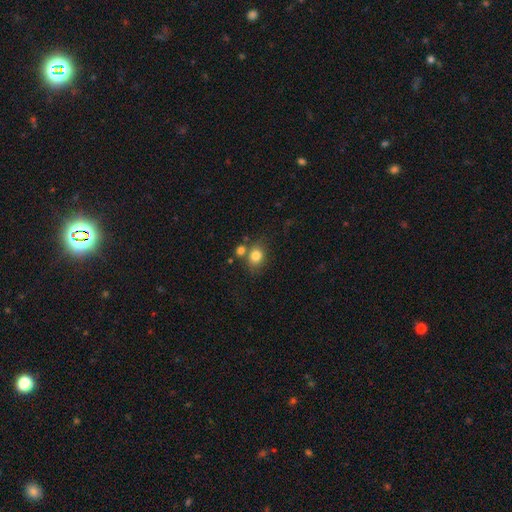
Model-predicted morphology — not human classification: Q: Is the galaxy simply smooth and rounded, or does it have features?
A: smooth — 81%.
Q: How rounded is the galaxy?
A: round — 61%.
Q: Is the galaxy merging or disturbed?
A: none — 60%.